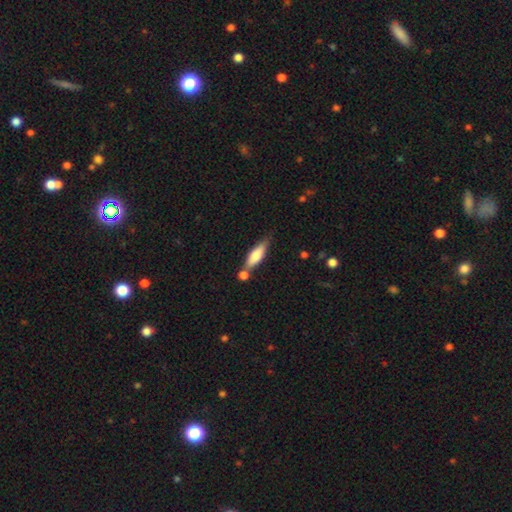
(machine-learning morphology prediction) Overall: smooth (68%). How rounded: cigar-shaped (57%; in between 41%). Merging: none (53%; merger 26%).